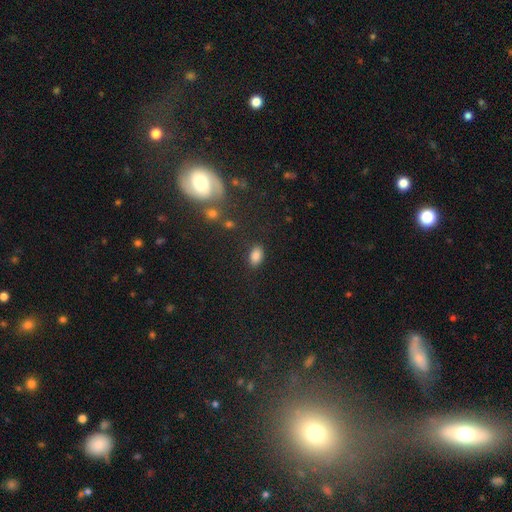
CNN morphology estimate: smooth 84%, star or artifact 10%, featured or disk 5%. Down the decision tree: how rounded — in between (89%); merging — none (83%).